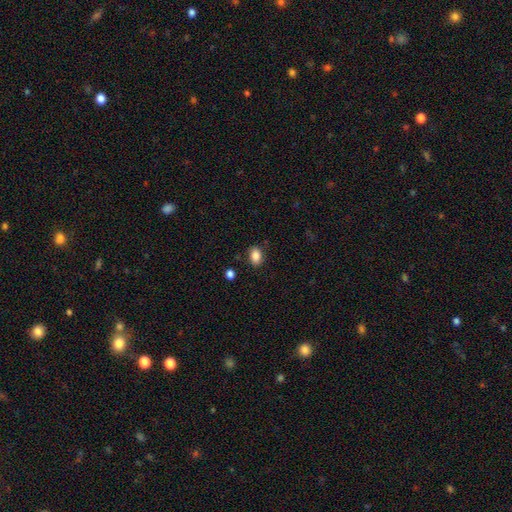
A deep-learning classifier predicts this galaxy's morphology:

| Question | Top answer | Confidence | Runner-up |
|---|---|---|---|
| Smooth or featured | smooth | 86% | star or artifact (9%) |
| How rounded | in between | 80% | round (19%) |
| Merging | none | 83% | minor disturbance (11%) |